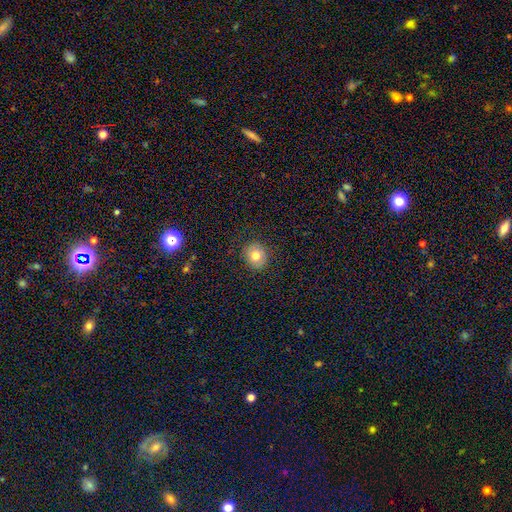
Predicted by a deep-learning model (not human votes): Smooth or featured: smooth — 76% (featured or disk — 12%)
How rounded: round — 81% (in between — 19%)
Merging: none — 85% (minor disturbance — 10%)